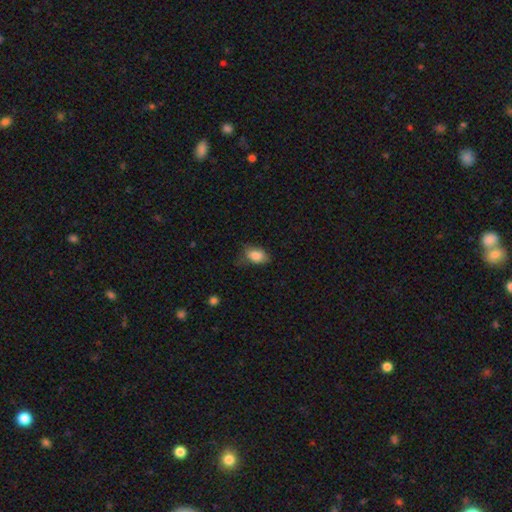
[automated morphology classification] Overall: smooth (83%). How rounded: in between (85%). Merging: none (58%; minor disturbance 31%).